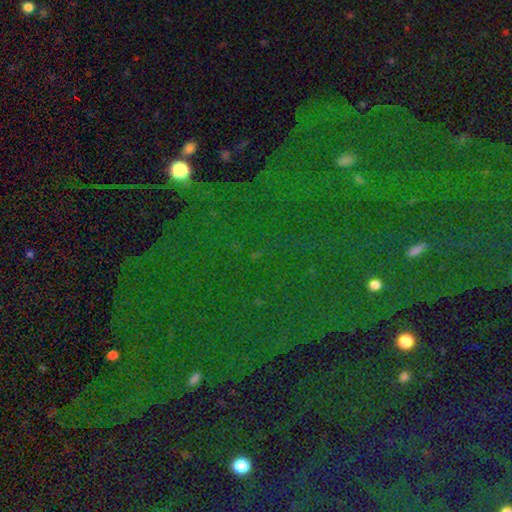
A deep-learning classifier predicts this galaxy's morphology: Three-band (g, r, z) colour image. It shows a star or artifact, not a galaxy (80%).